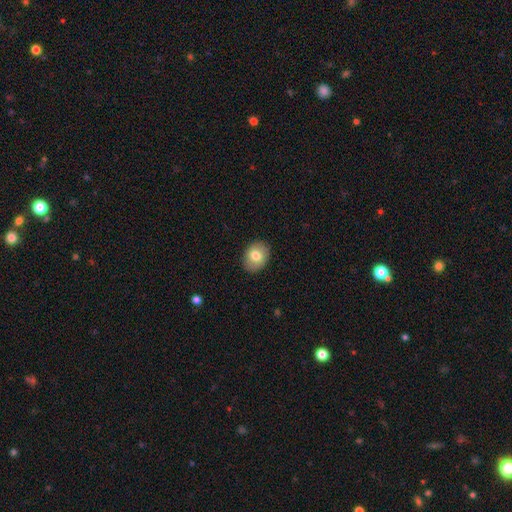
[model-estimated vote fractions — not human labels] Smooth or featured? Predicted: smooth (p=0.77). How rounded? Predicted: in between (p=0.64). Merging? Predicted: none (p=0.88).